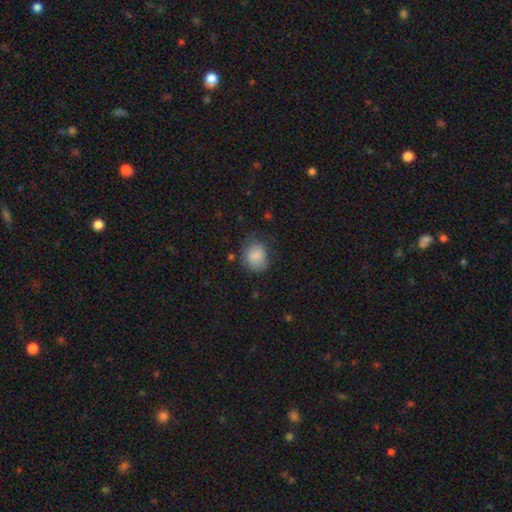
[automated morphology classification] smooth-or-featured: smooth: 82% | featured or disk: 9% | star or artifact: 8%
  how-rounded: round: 61% | in between: 38% | cigar-shaped: 1%
  merging: none: 58% | minor disturbance: 28% | major disturbance: 12% | merger: 2%